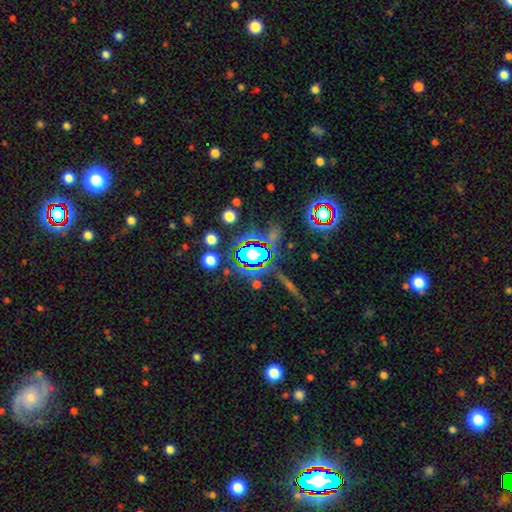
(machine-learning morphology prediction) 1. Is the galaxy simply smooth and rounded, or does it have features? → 79% star or artifact, 11% smooth, 10% featured or disk.